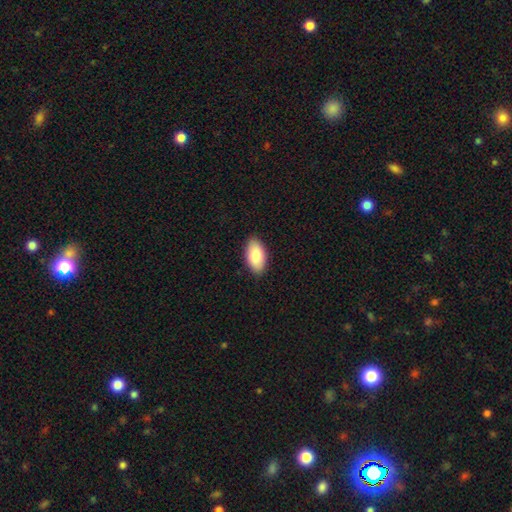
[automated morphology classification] Smooth or featured: smooth — 85% (featured or disk — 9%)
How rounded: in between — 95% (round — 3%)
Merging: none — 89% (minor disturbance — 9%)